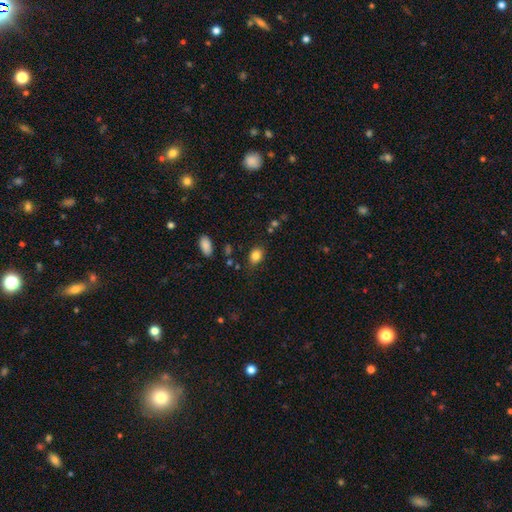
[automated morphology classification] Q: Smooth or featured?
A: smooth (84%); runner-up: star or artifact (10%)
Q: How rounded?
A: in between (70%); runner-up: round (28%)
Q: Merging?
A: none (76%); runner-up: minor disturbance (17%)